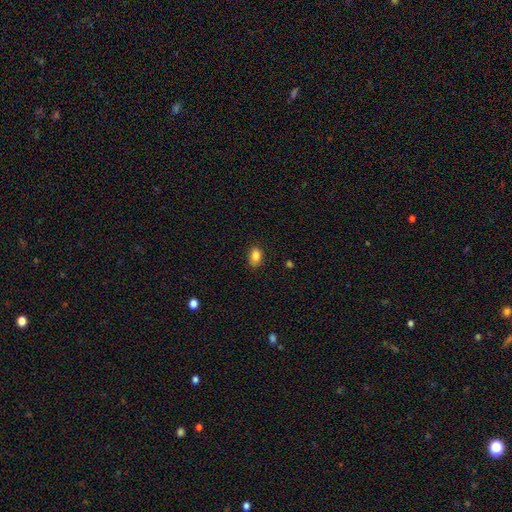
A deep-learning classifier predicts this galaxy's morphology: A smooth galaxy with no disk features (85%) that is in between round and cigar-shaped (84%). Merging: none (81%).